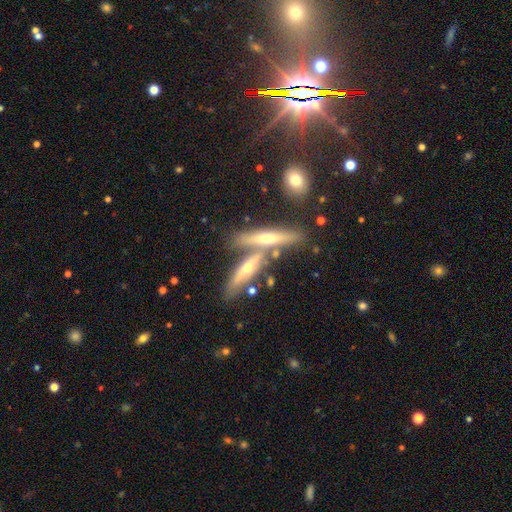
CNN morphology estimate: Q: Smooth or featured?
A: featured or disk (61%); runner-up: star or artifact (20%)
Q: Edge-on disk?
A: yes (83%); runner-up: no (17%)
Q: Edge-on bulge?
A: rounded (85%); runner-up: none (10%)
Q: Merging?
A: none (46%); runner-up: merger (38%)